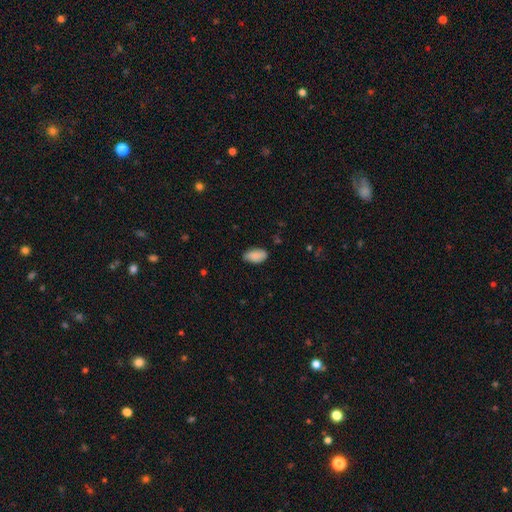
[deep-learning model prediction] Q: Smooth or featured?
A: smooth (86%); runner-up: featured or disk (7%)
Q: How rounded?
A: in between (93%); runner-up: cigar-shaped (4%)
Q: Merging?
A: none (77%); runner-up: minor disturbance (18%)